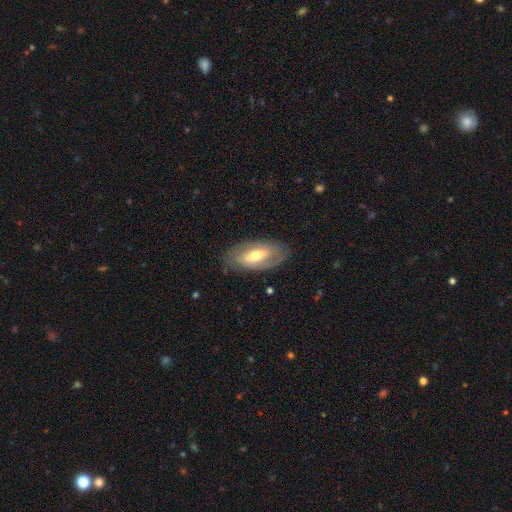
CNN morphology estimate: Overall: featured or disk (61%; smooth 33%). Edge-on disk: no (87%). Bar: weak (37%; strong 35%). Spiral arms: yes (61%; no 39%). Bulge size: moderate (62%; small 27%). Merging: none (80%).